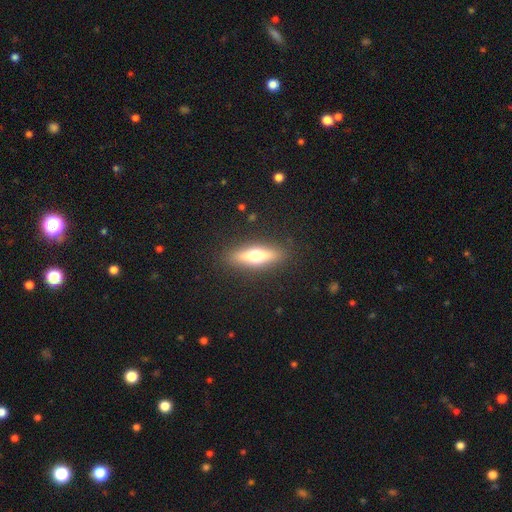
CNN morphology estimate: Smooth or featured? smooth (47%)
Merging? none (88%)